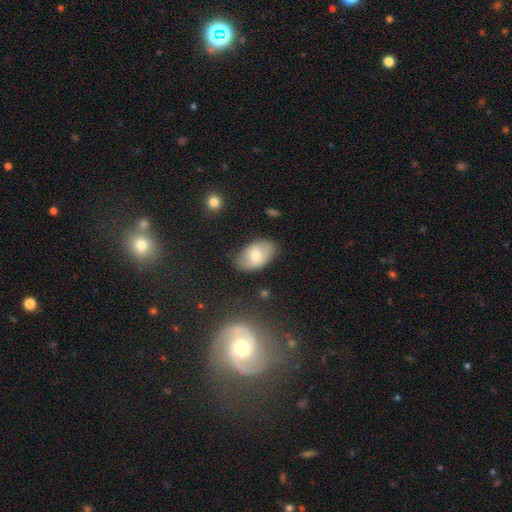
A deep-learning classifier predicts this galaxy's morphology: Smooth or featured?
  - smooth: 70% *
  - featured or disk: 23%
  - star or artifact: 8%
How rounded?
  - in between: 90% *
  - round: 9%
  - cigar-shaped: 1%
Merging?
  - none: 78% *
  - minor disturbance: 16%
  - major disturbance: 4%
  - merger: 2%